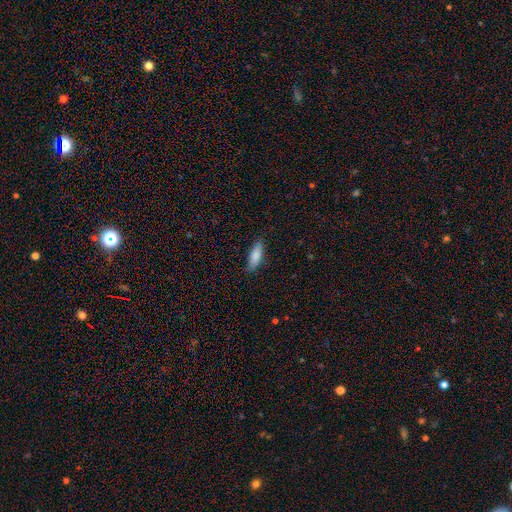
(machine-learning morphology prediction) Smooth or featured: smooth — 81% (featured or disk — 13%)
How rounded: in between — 61% (cigar-shaped — 37%)
Merging: none — 80% (minor disturbance — 16%)